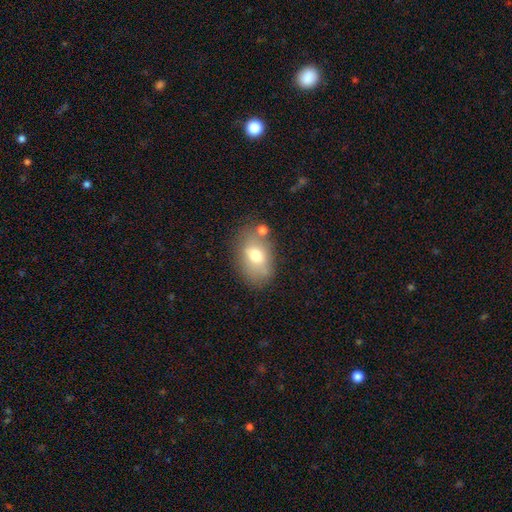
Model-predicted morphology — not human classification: smooth-or-featured: smooth: 66% | featured or disk: 24% | star or artifact: 10%
  how-rounded: in between: 79% | round: 19% | cigar-shaped: 2%
  merging: none: 66% | minor disturbance: 18% | merger: 10% | major disturbance: 6%